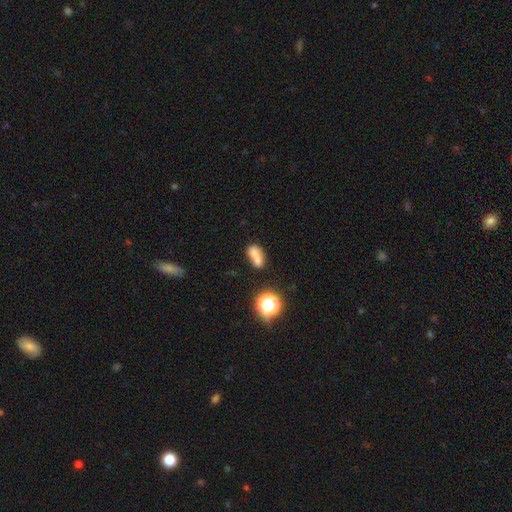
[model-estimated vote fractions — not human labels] Smooth or featured: smooth — 70% (featured or disk — 16%)
How rounded: in between — 72% (round — 24%)
Merging: merger — 46% (none — 33%)